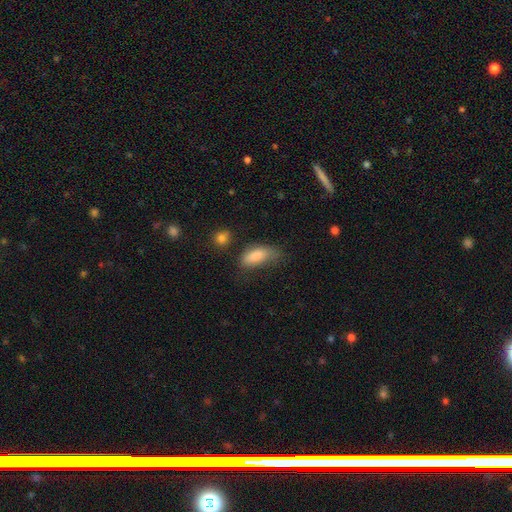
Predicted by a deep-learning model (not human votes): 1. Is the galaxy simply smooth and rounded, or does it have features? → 81% smooth, 11% featured or disk, 8% star or artifact.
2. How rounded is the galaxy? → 80% in between, 17% cigar-shaped, 3% round.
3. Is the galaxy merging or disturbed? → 40% none, 37% minor disturbance, 19% major disturbance, 4% merger.